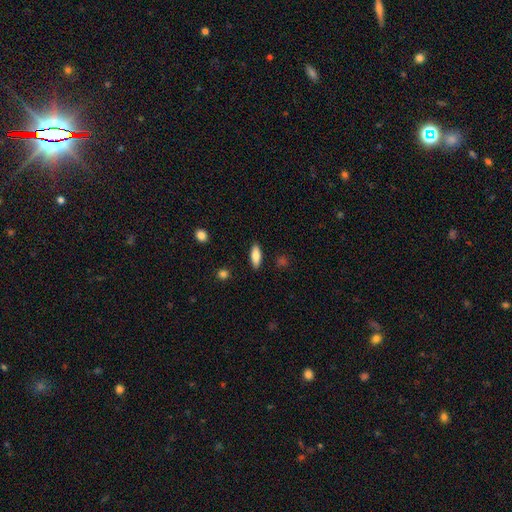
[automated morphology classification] Smooth or featured: smooth — 82% (featured or disk — 12%)
How rounded: in between — 67% (cigar-shaped — 30%)
Merging: none — 89% (minor disturbance — 8%)